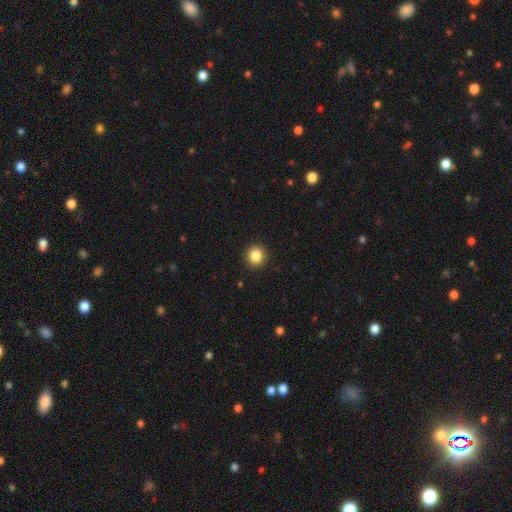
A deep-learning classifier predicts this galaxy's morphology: Overall: smooth (86%). How rounded: round (89%). Merging: none (92%).